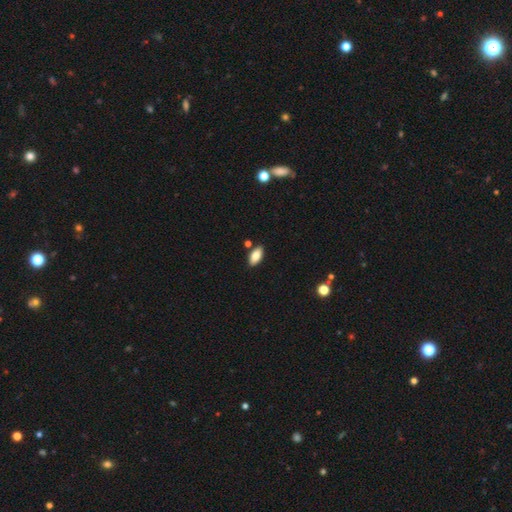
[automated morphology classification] A smooth galaxy with no disk features (82%) that is in between round and cigar-shaped (90%).

Vote fractions:
- Smooth or featured? smooth: 82% / featured or disk: 10% / star or artifact: 7%
- How rounded? in between: 90% / cigar-shaped: 7% / round: 2%
- Merging? none: 84% / minor disturbance: 9% / merger: 5% / major disturbance: 2%